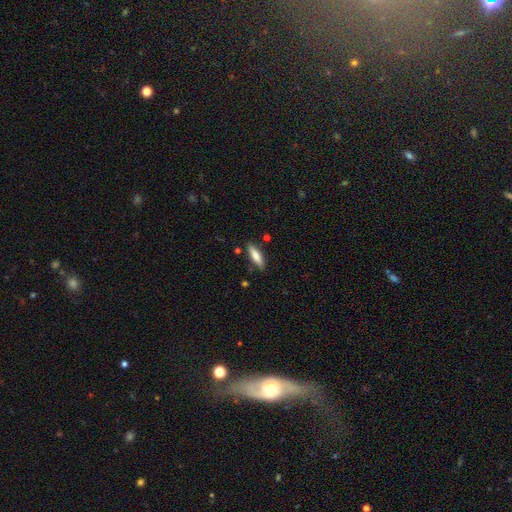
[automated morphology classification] This is likely a smooth galaxy (77%). How rounded: possibly cigar-shaped (59%). Merging: clearly none (84%).